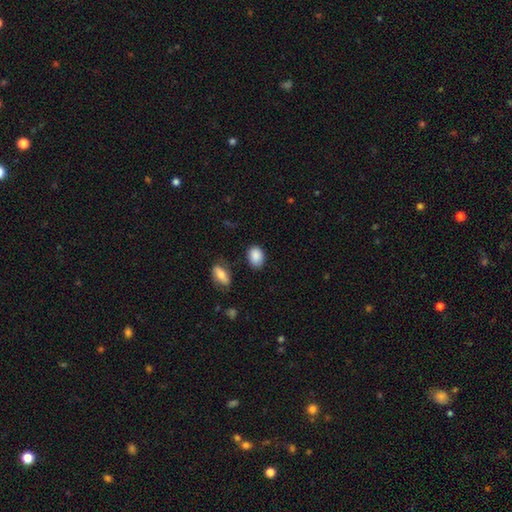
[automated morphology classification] smooth_or_featured: smooth (p=0.88) [alt: star or artifact p=0.07]
how_rounded: in between (p=0.79) [alt: round p=0.20]
merging: none (p=0.77) [alt: minor disturbance p=0.17]